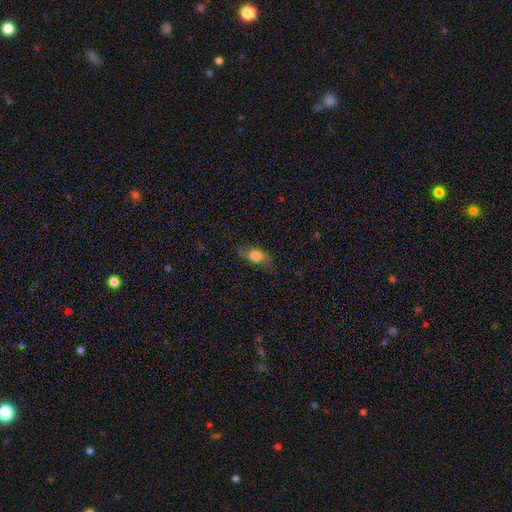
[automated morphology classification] Q: Smooth or featured?
A: smooth (74%); runner-up: featured or disk (17%)
Q: How rounded?
A: in between (72%); runner-up: round (18%)
Q: Merging?
A: none (68%); runner-up: minor disturbance (22%)